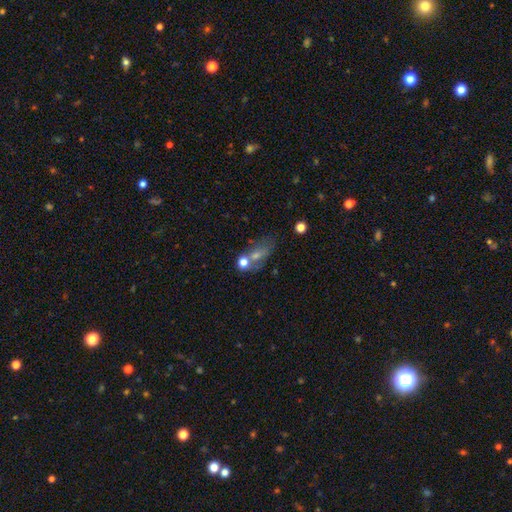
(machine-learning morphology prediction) smooth 48%, featured or disk 31%, star or artifact 21%. Down the decision tree: merging — none (45%).